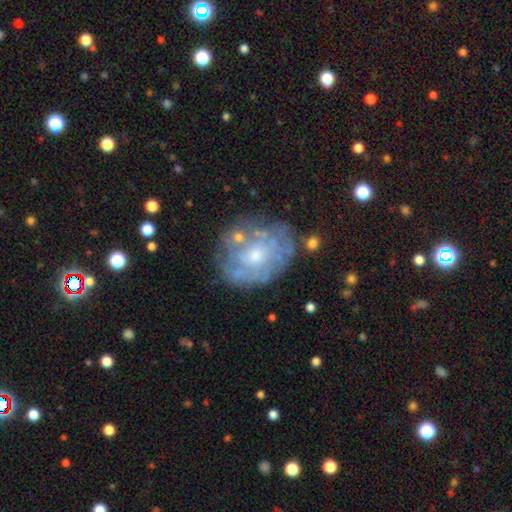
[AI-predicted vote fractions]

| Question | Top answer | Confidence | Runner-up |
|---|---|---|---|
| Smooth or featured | featured or disk | 65% | smooth (26%) |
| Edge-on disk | no | 97% | yes (3%) |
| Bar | no | 86% | weak (12%) |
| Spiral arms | no | 63% | yes (37%) |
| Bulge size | small | 47% | moderate (44%) |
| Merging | none | 63% | minor disturbance (21%) |